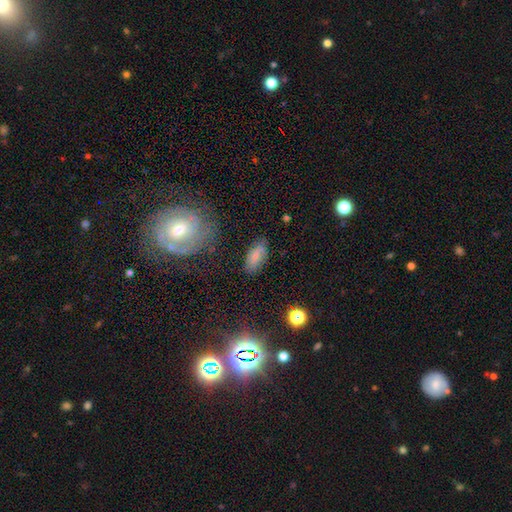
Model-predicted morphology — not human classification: smooth-or-featured: smooth: 67% | featured or disk: 22% | star or artifact: 11%
  how-rounded: in between: 89% | cigar-shaped: 7% | round: 4%
  merging: none: 73% | minor disturbance: 19% | major disturbance: 5% | merger: 3%